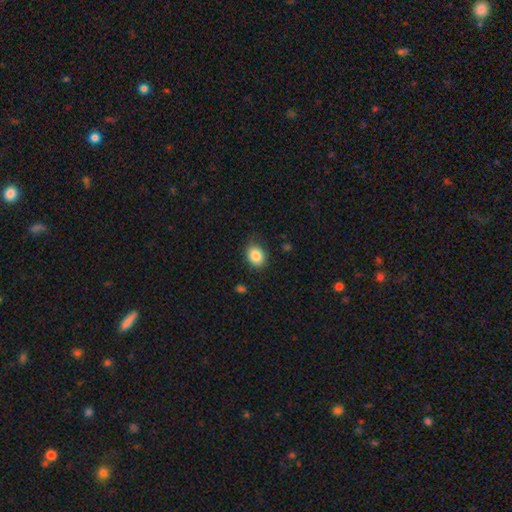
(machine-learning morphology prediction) A smooth galaxy with no disk features (86%) that is in between round and cigar-shaped (55%).

Vote fractions:
- Smooth or featured? smooth: 86% / star or artifact: 9% / featured or disk: 6%
- How rounded? in between: 55% / round: 44% / cigar-shaped: 1%
- Merging? none: 81% / minor disturbance: 15% / major disturbance: 3% / merger: 1%